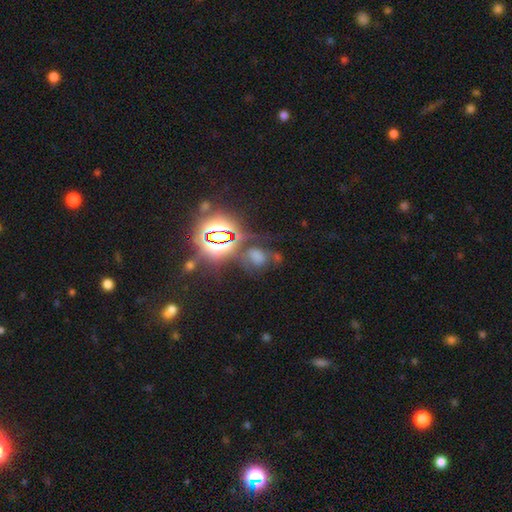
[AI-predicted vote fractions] Smooth or featured?
  - star or artifact: 64% *
  - smooth: 23%
  - featured or disk: 13%